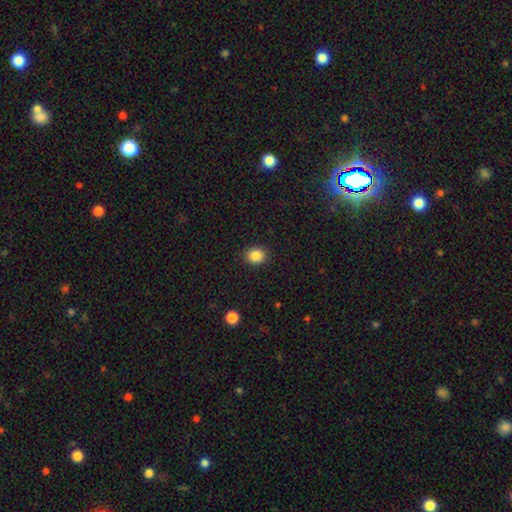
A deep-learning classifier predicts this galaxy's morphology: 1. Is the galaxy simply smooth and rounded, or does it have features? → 86% smooth, 10% star or artifact, 4% featured or disk.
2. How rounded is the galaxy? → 64% round, 35% in between, 1% cigar-shaped.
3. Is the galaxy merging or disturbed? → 90% none, 7% minor disturbance, 2% major disturbance, 1% merger.